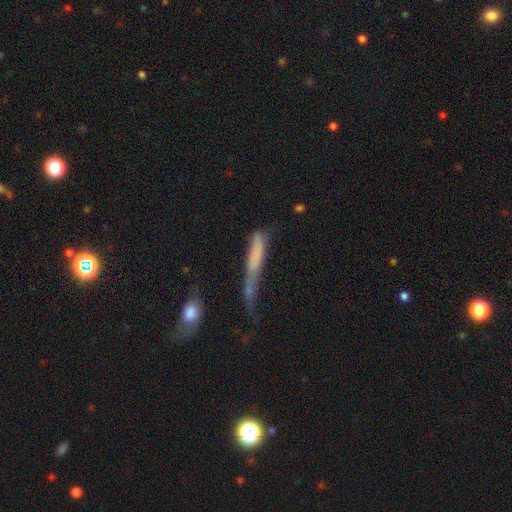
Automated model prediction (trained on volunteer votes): The model was most divided on "merging": major disturbance: 28%, none: 26%, merger: 23%, minor disturbance: 22%. More confident: how rounded — cigar-shaped (84%); smooth or featured — smooth (66%).